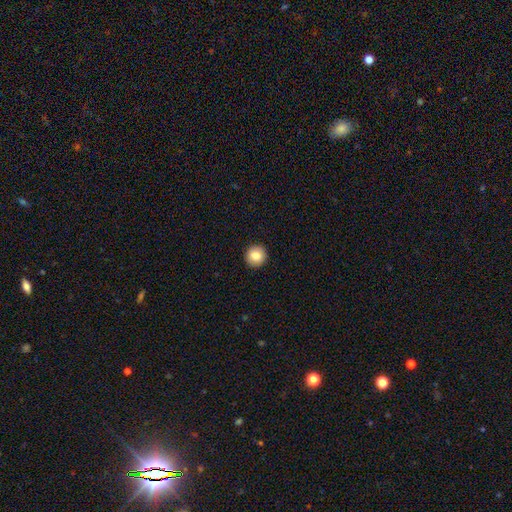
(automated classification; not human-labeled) A smooth galaxy with no disk features (85%) that is round (95%).

Vote fractions:
- Smooth or featured? smooth: 85% / star or artifact: 9% / featured or disk: 6%
- How rounded? round: 95% / in between: 4% / cigar-shaped: 1%
- Merging? none: 93% / minor disturbance: 4% / major disturbance: 1% / merger: 1%